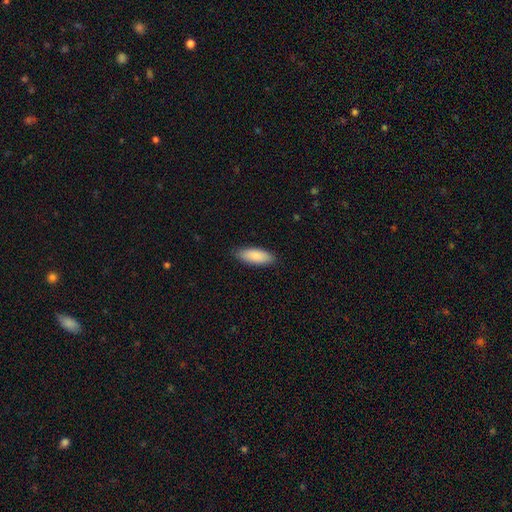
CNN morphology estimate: A smooth galaxy with no disk features (89%) that is in between round and cigar-shaped (68%).

Vote fractions:
- Smooth or featured? smooth: 89% / featured or disk: 6% / star or artifact: 5%
- How rounded? in between: 68% / cigar-shaped: 30% / round: 1%
- Merging? none: 87% / minor disturbance: 10% / major disturbance: 2% / merger: 1%